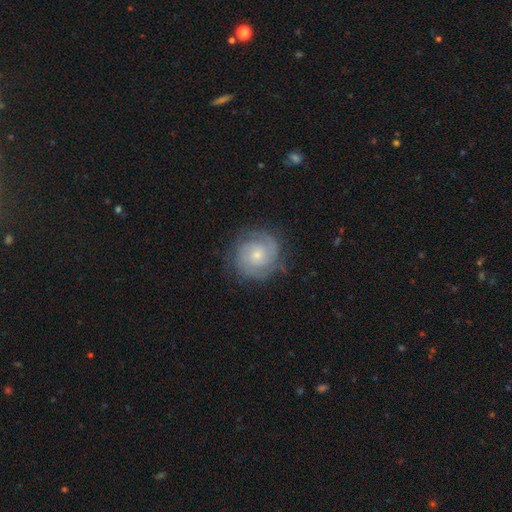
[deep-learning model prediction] Smooth or featured? featured or disk (75%)
Edge-on disk? no (98%)
Bar? no (74%)
Spiral arms? yes (94%)
Spiral winding? tight (68%)
Spiral arm count? 2 (56%)
Bulge size? small (63%)
Merging? none (81%)